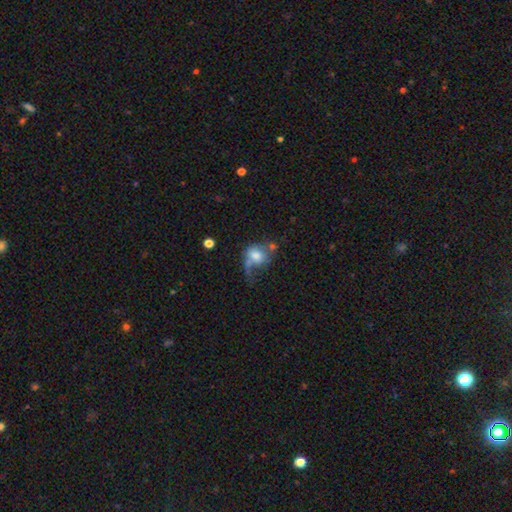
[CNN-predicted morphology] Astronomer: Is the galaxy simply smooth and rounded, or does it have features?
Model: smooth — 59%.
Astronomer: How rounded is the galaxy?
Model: round — 55% (runner-up: in between, 43%).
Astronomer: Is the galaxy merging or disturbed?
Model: major disturbance — 38% (runner-up: none, 24%).